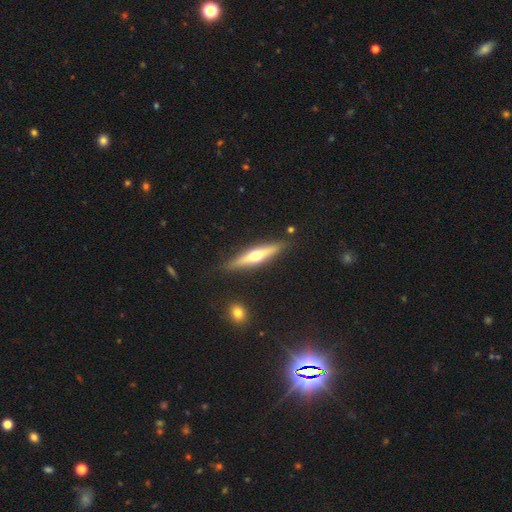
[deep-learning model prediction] smooth_or_featured: featured or disk (p=0.60) [alt: smooth p=0.35]
disk_edge_on: yes (p=0.94) [alt: no p=0.06]
edge_on_bulge: rounded (p=0.90) [alt: none p=0.06]
merging: none (p=0.87) [alt: minor disturbance p=0.09]